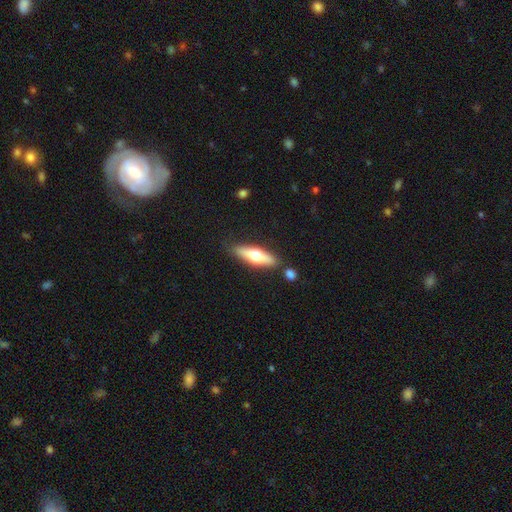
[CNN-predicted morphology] Q: Smooth or featured?
A: smooth (52%); runner-up: featured or disk (43%)
Q: How rounded?
A: cigar-shaped (62%); runner-up: in between (36%)
Q: Merging?
A: none (79%); runner-up: minor disturbance (11%)